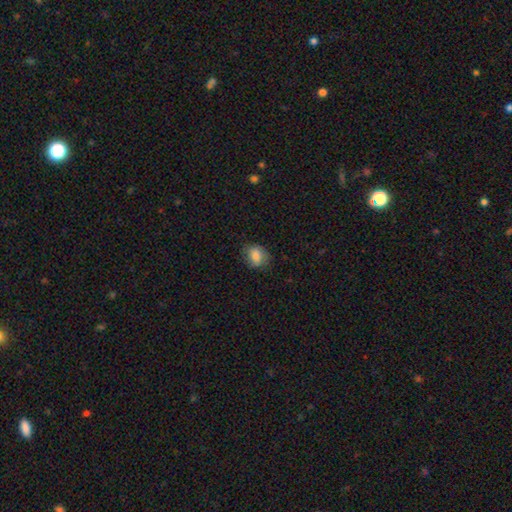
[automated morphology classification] This is clearly a smooth galaxy (80%). How rounded: possibly in between (56%). Merging: likely none (74%).